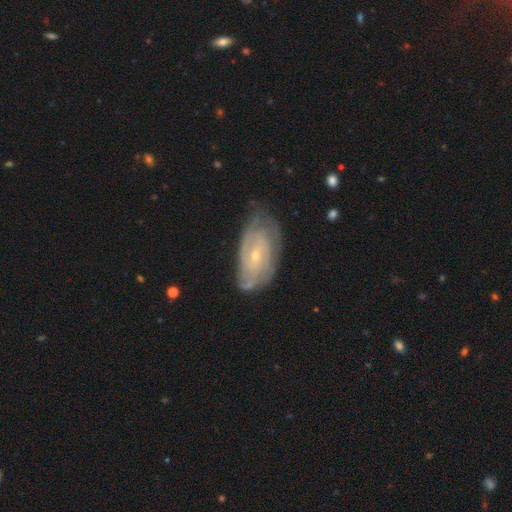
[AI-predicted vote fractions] This is likely a featured or disk galaxy (77%). It is clearly not viewed edge-on (94%). Bar: likely no (63%). Spiral arm pattern: clearly yes (88%). Spiral arm count: possibly can't tell (49%). Spiral winding: likely tight (67%). Central bulge: likely small (73%). Merging: likely none (62%).